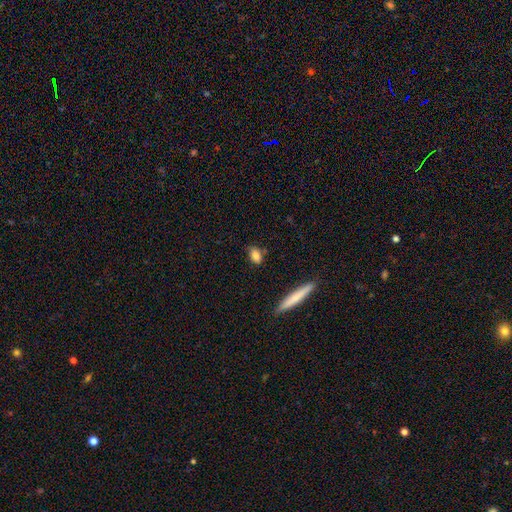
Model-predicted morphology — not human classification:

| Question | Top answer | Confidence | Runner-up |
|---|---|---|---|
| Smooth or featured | smooth | 83% | featured or disk (9%) |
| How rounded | in between | 80% | round (10%) |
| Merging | none | 76% | minor disturbance (17%) |